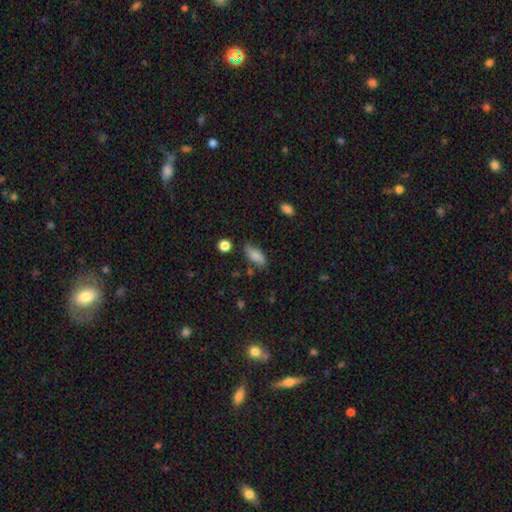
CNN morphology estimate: A smooth galaxy with no disk features (83%) that is in between round and cigar-shaped (84%).

Vote fractions:
- Smooth or featured? smooth: 83% / featured or disk: 9% / star or artifact: 8%
- How rounded? in between: 84% / cigar-shaped: 13% / round: 3%
- Merging? none: 70% / minor disturbance: 21% / major disturbance: 5% / merger: 4%